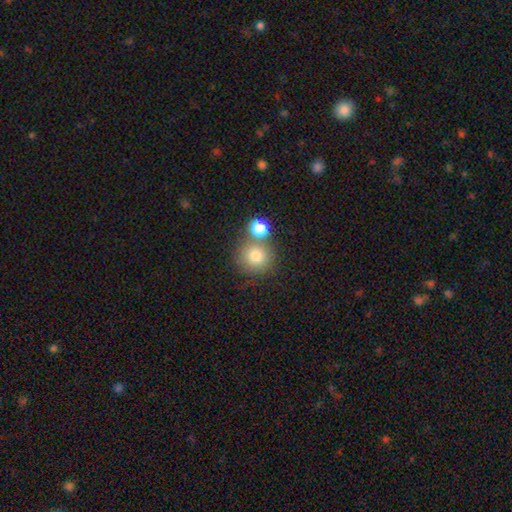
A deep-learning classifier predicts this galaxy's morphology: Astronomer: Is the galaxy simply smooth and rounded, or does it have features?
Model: smooth — 79%.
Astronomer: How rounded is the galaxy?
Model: round — 90%.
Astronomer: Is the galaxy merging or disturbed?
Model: none — 56% (runner-up: merger, 33%).